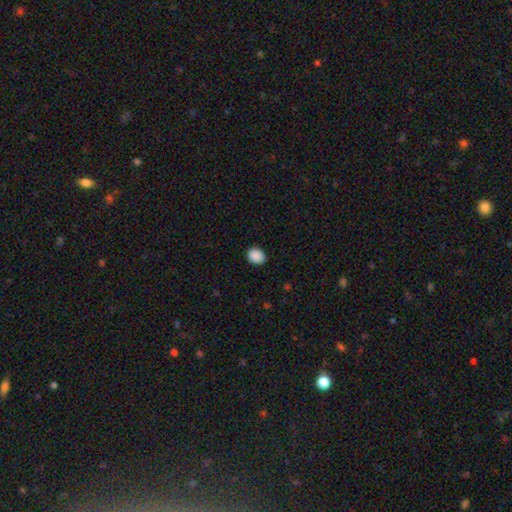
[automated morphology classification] type=smooth (90%); roundness=round (52%); merging=none (90%).